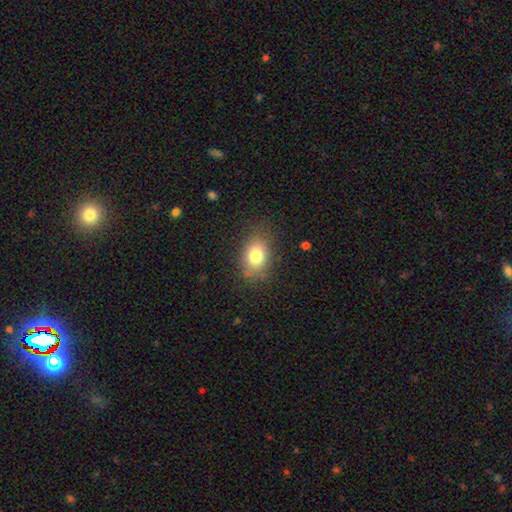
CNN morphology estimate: Smooth or featured? Predicted: smooth (p=0.78). How rounded? Predicted: in between (p=0.75). Merging? Predicted: none (p=0.77).